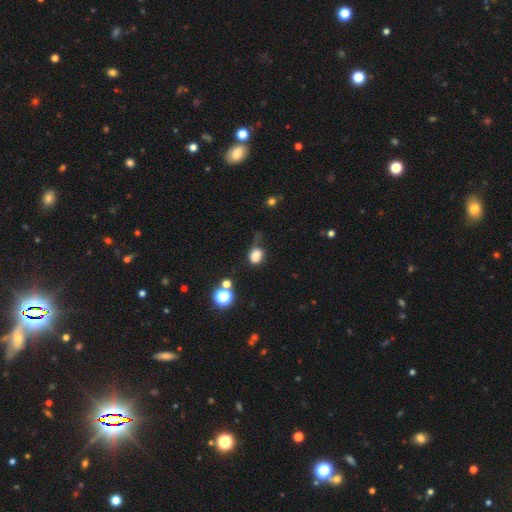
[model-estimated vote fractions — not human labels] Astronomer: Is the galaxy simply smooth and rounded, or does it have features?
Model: smooth — 80%.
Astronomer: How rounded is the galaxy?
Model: in between — 56% (runner-up: round, 43%).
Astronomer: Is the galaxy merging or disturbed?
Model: none — 49% (runner-up: minor disturbance, 30%).